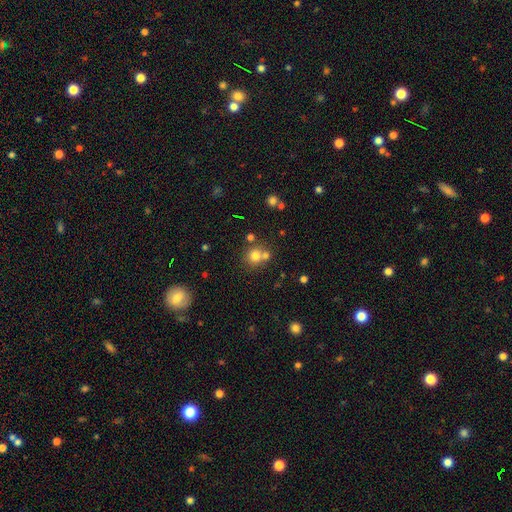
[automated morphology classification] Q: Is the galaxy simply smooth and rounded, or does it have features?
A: smooth — 74%.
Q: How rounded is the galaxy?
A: round — 88%.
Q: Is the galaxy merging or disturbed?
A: none — 59%.